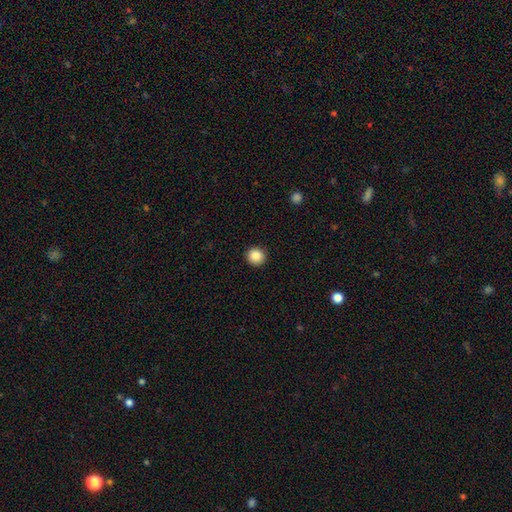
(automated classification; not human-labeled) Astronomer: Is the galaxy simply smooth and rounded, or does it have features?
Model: smooth — 87%.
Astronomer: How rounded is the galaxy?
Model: round — 95%.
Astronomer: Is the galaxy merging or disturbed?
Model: none — 93%.